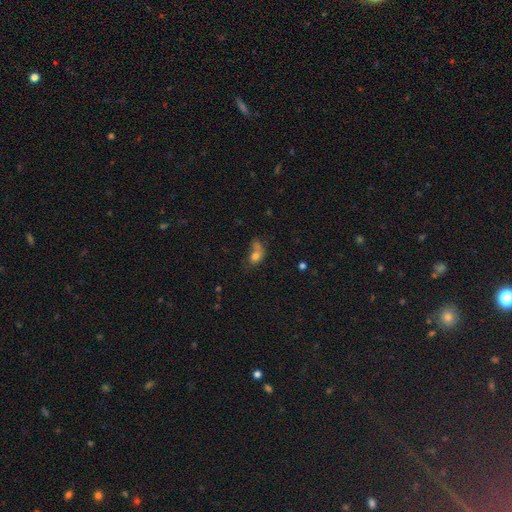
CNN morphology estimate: Smooth or featured? Predicted: smooth (p=0.73). How rounded? Predicted: in between (p=0.60). Merging? Predicted: merger (p=0.34).